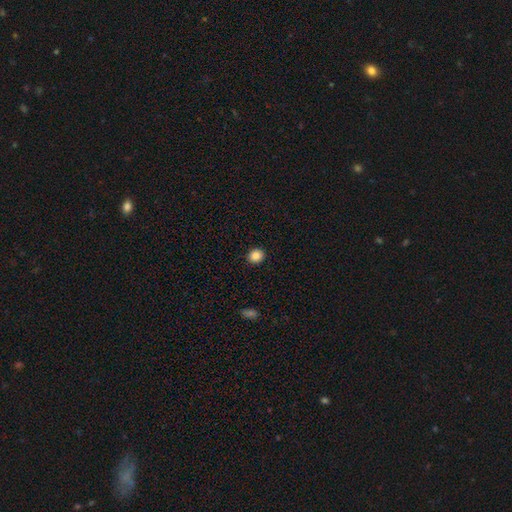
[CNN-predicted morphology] smooth_or_featured: smooth (p=0.85) [alt: star or artifact p=0.10]
how_rounded: round (p=0.80) [alt: in between p=0.19]
merging: none (p=0.92) [alt: minor disturbance p=0.05]